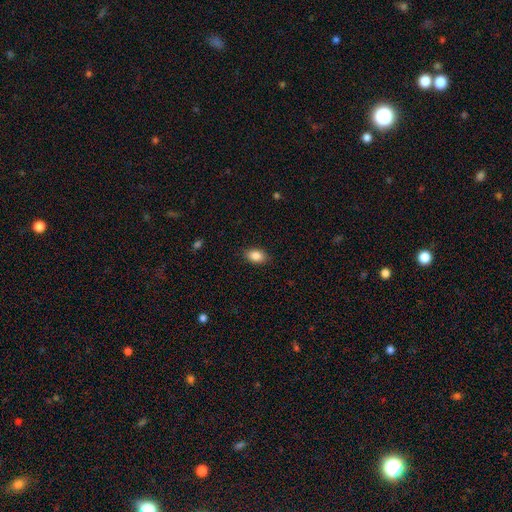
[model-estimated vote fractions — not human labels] This appears to be a smooth galaxy with no disk features (87%) that is in between round and cigar-shaped (85%). Merging: none (87%).